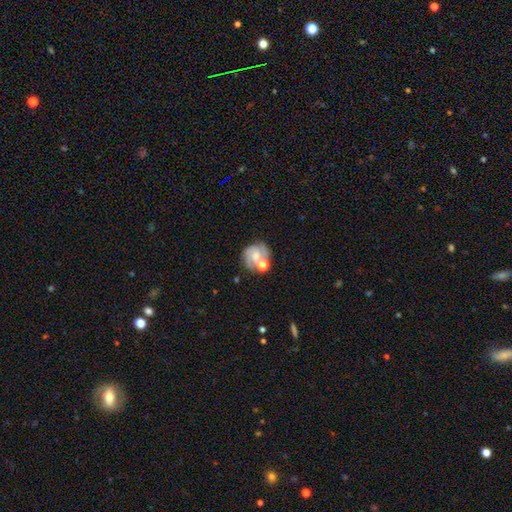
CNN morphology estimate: type=featured or disk (53%); edge-on=no (98%); bar=no (72%); spiral arms=yes (77%); bulge=small (46%); merging=none (47%).